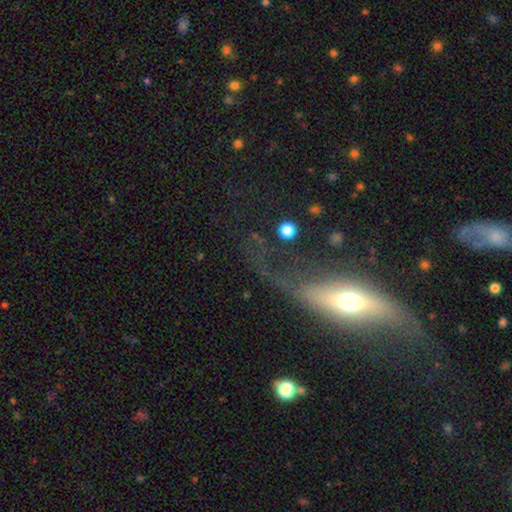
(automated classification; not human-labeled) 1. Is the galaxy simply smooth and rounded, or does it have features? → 64% featured or disk, 25% smooth, 11% star or artifact.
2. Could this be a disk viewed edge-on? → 67% no, 33% yes.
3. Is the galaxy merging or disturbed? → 43% none, 34% major disturbance, 18% minor disturbance, 6% merger.